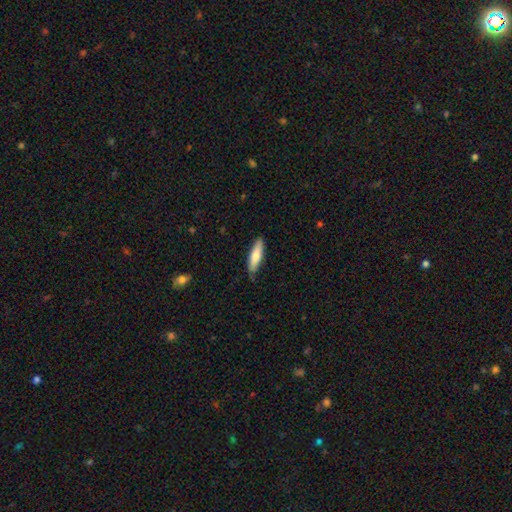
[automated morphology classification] smooth 73%, featured or disk 21%, star or artifact 5%. Down the decision tree: how rounded — cigar-shaped (65%); merging — none (83%).